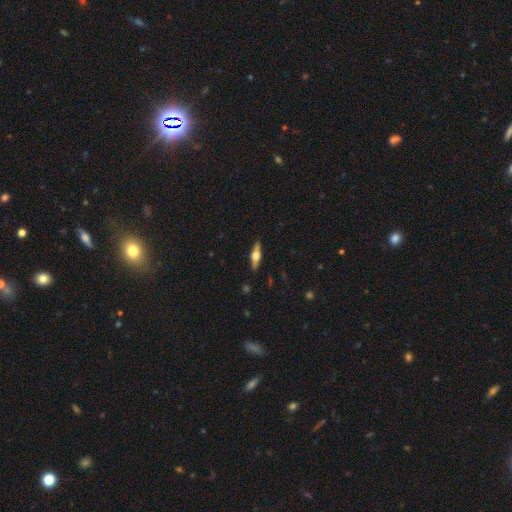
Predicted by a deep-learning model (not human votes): Q: Smooth or featured?
A: featured or disk (65%); runner-up: smooth (29%)
Q: Edge-on disk?
A: yes (96%); runner-up: no (4%)
Q: Edge-on bulge?
A: rounded (95%); runner-up: boxy (4%)
Q: Merging?
A: none (90%); runner-up: minor disturbance (7%)